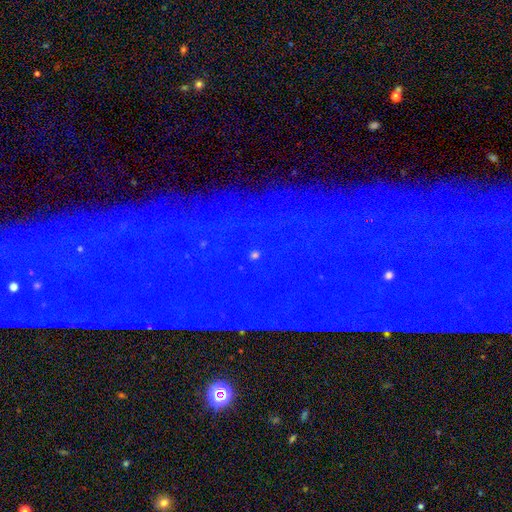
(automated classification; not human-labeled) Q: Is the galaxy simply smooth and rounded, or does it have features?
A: star or artifact — 77%.